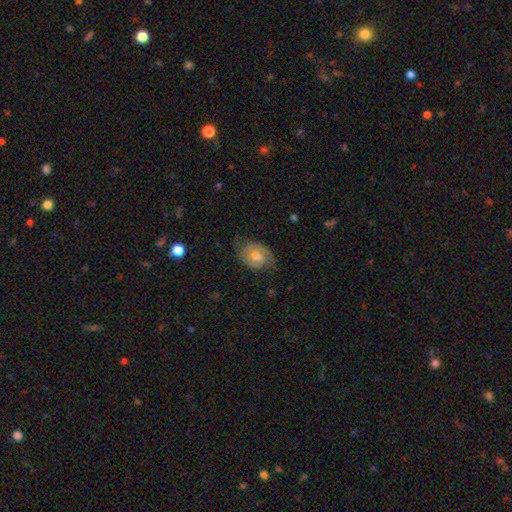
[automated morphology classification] Smooth or featured?
  - featured or disk: 65% *
  - smooth: 27%
  - star or artifact: 8%
Edge-on disk?
  - no: 97% *
  - yes: 3%
Bar?
  - no: 55% *
  - weak: 38%
  - strong: 7%
Spiral arms?
  - yes: 88% *
  - no: 12%
Spiral winding?
  - tight: 47% *
  - medium: 39%
  - loose: 14%
Spiral arm count?
  - 2: 77% *
  - can't tell: 13%
  - 1: 6%
  - 3: 2%
  - 4: 1%
  - more than 4: 1%
Bulge size?
  - moderate: 60% *
  - small: 25%
  - large: 9%
  - none: 5%
  - dominant: 1%
Merging?
  - none: 69% *
  - minor disturbance: 21%
  - major disturbance: 8%
  - merger: 1%